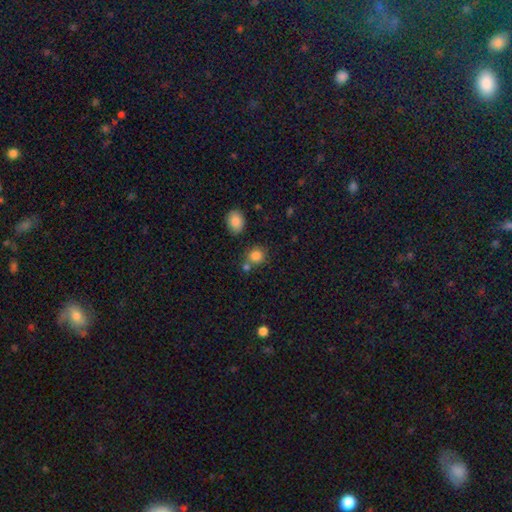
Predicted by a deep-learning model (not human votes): Overall: smooth (83%). How rounded: round (80%). Merging: none (67%).